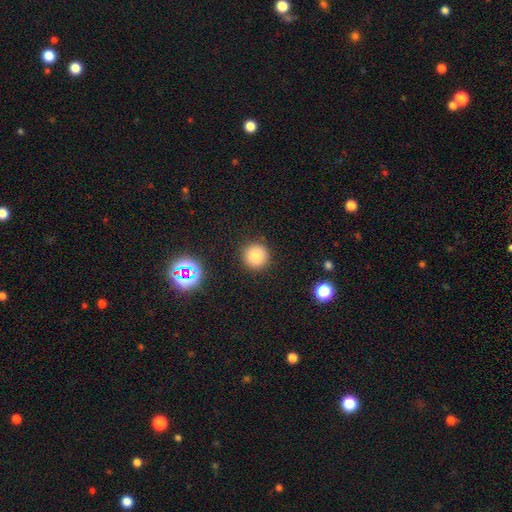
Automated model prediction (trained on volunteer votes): Smooth or featured: smooth — 82% (star or artifact — 13%)
How rounded: round — 95% (in between — 4%)
Merging: none — 91% (minor disturbance — 6%)